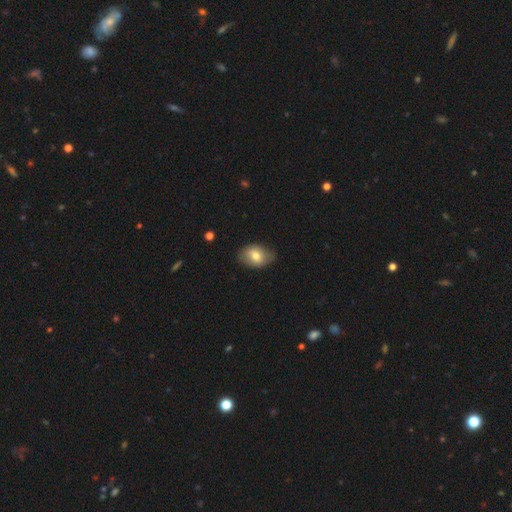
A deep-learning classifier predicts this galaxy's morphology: Smooth or featured? smooth (71%)
How rounded? in between (80%)
Merging? none (74%)